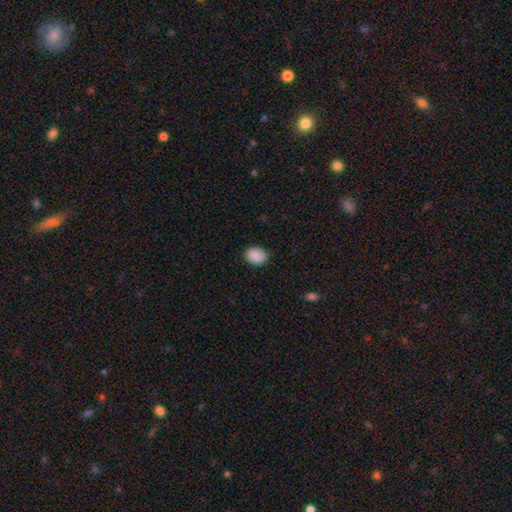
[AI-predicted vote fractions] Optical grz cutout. It shows a smooth galaxy with no disk features (90%) that is in between round and cigar-shaped (58%). Merging: none (85%).